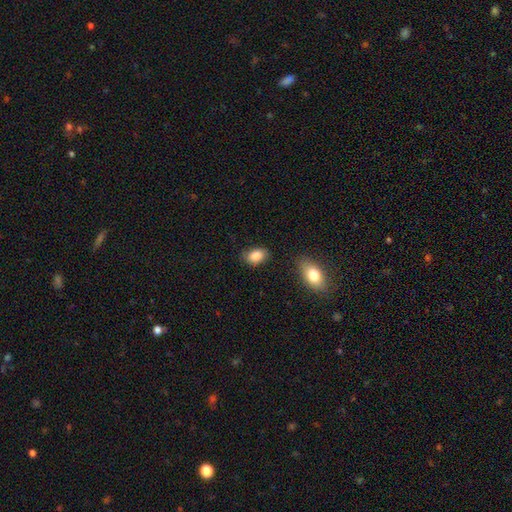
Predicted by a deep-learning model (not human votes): This appears to be a smooth galaxy with no disk features (87%) that is in between round and cigar-shaped (84%). Merging: none (76%).